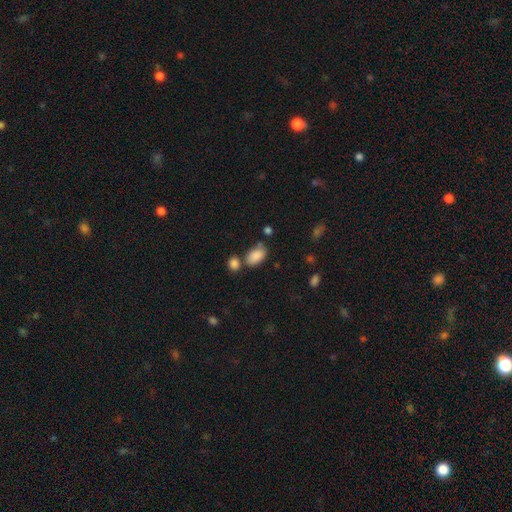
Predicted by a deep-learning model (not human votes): This appears to be a smooth galaxy with no disk features (87%) that is in between round and cigar-shaped (91%). Merging: none (59%).